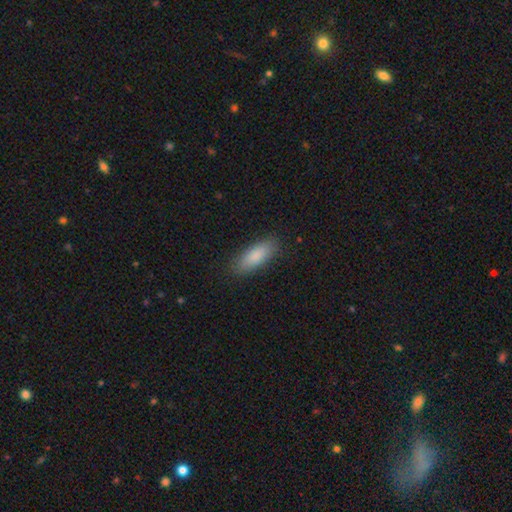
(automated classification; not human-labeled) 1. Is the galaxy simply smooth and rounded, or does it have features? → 86% smooth, 8% featured or disk, 6% star or artifact.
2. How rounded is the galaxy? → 67% in between, 31% cigar-shaped, 2% round.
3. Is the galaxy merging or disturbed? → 87% none, 10% minor disturbance, 2% major disturbance, 1% merger.